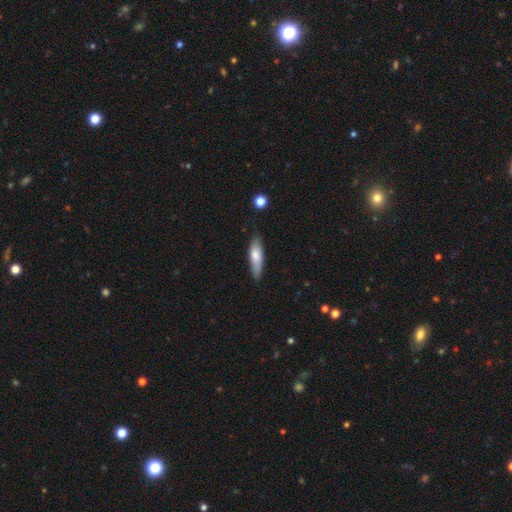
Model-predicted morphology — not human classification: smooth_or_featured: smooth (p=0.73) [alt: featured or disk p=0.21]
how_rounded: cigar-shaped (p=0.53) [alt: in between p=0.45]
merging: none (p=0.75) [alt: minor disturbance p=0.20]